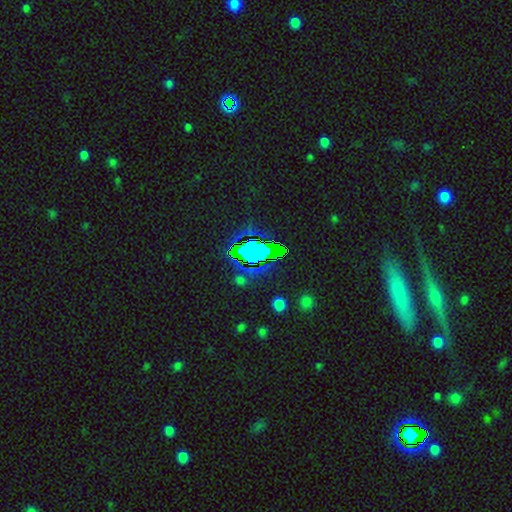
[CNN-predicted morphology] A star or artifact, not a galaxy (74%).

Vote fractions:
- Smooth or featured? star or artifact: 74% / smooth: 15% / featured or disk: 11%